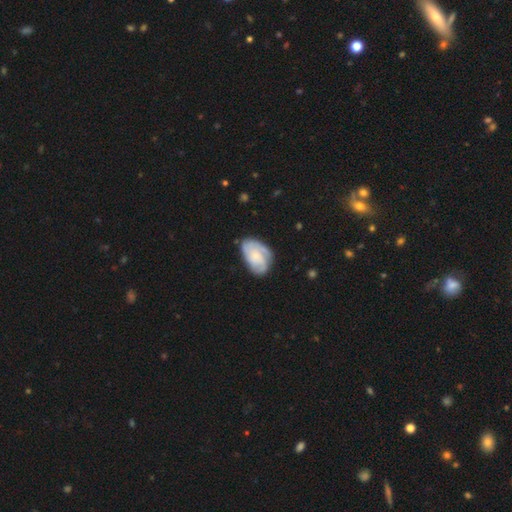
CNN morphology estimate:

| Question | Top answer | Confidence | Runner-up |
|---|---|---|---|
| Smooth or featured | featured or disk | 65% | smooth (29%) |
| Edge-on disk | no | 97% | yes (3%) |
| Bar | no | 74% | weak (22%) |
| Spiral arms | yes | 90% | no (10%) |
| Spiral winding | tight | 54% | medium (34%) |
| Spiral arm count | can't tell | 31% | 3 (30%) |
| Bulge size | small | 55% | moderate (27%) |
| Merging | none | 67% | minor disturbance (23%) |